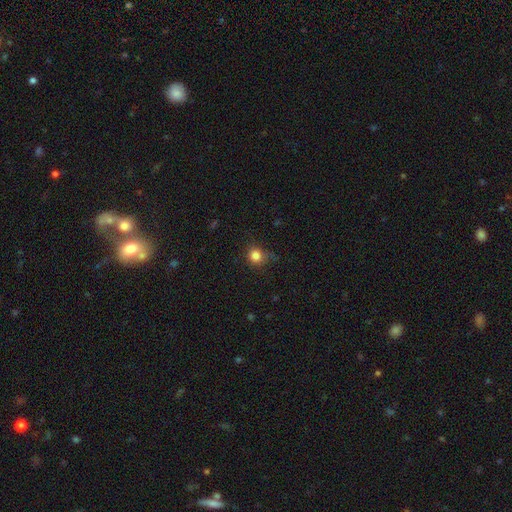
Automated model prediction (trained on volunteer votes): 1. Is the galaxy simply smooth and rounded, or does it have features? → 82% smooth, 13% star or artifact, 5% featured or disk.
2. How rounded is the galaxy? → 87% round, 12% in between, 1% cigar-shaped.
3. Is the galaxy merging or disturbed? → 70% none, 21% minor disturbance, 7% major disturbance, 2% merger.